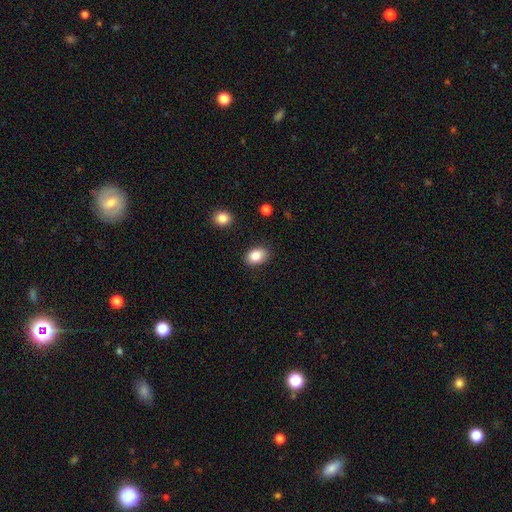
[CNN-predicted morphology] Smooth or featured?
  - smooth: 86% *
  - star or artifact: 8%
  - featured or disk: 6%
How rounded?
  - in between: 76% *
  - round: 23%
  - cigar-shaped: 1%
Merging?
  - none: 87% *
  - minor disturbance: 9%
  - major disturbance: 2%
  - merger: 2%